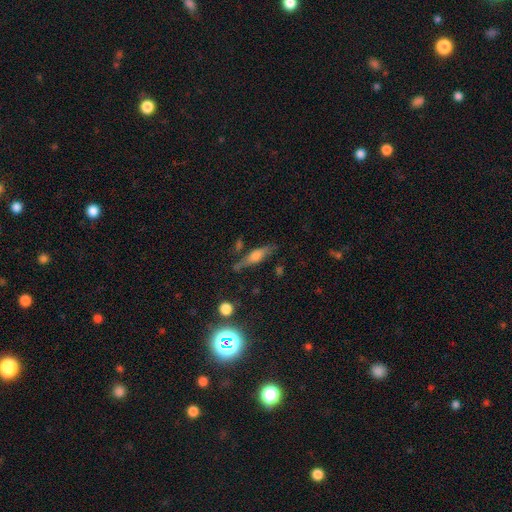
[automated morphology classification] A featured or disk galaxy (53%) viewed edge-on (89%). Merging: none (75%).